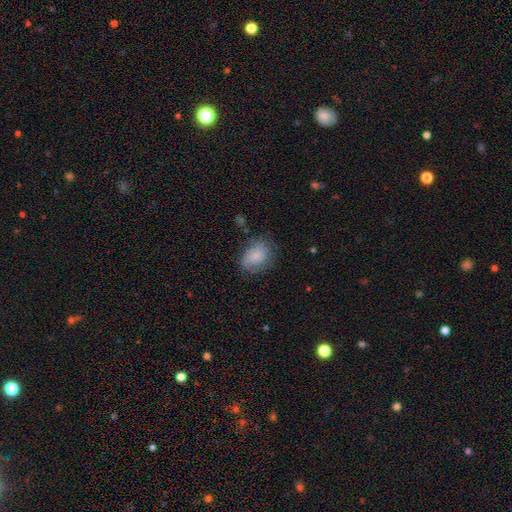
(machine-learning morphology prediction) Overall: smooth (72%). How rounded: in between (64%; round 35%). Merging: none (64%; minor disturbance 25%).